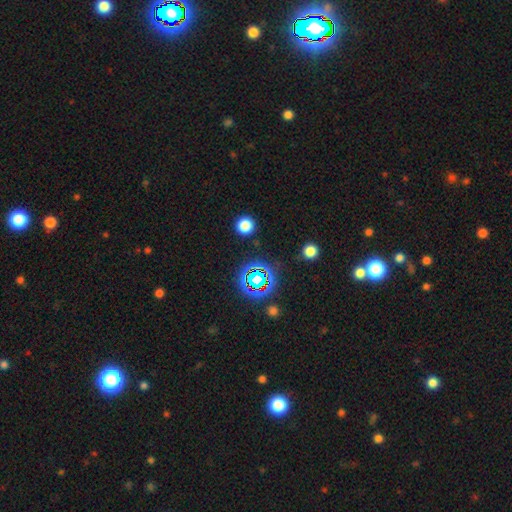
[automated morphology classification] smooth_or_featured: star or artifact (p=0.75) [alt: smooth p=0.17]